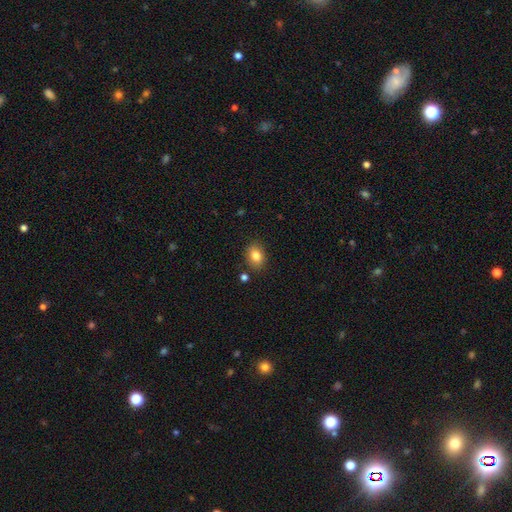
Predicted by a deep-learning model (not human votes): Overall: smooth (83%). How rounded: in between (67%; round 32%). Merging: none (84%).